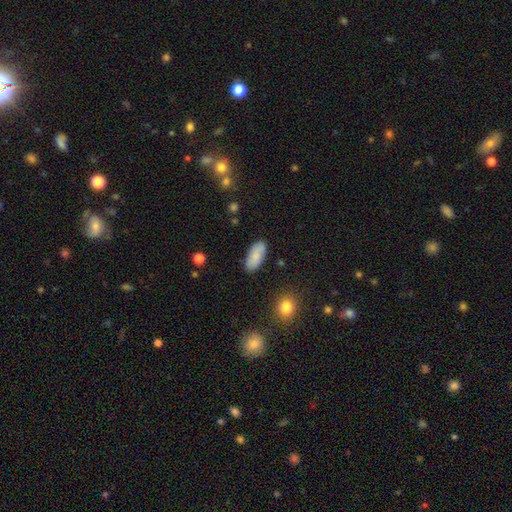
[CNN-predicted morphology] Smooth or featured: smooth — 80% (featured or disk — 13%)
How rounded: in between — 88% (cigar-shaped — 10%)
Merging: none — 82% (minor disturbance — 13%)